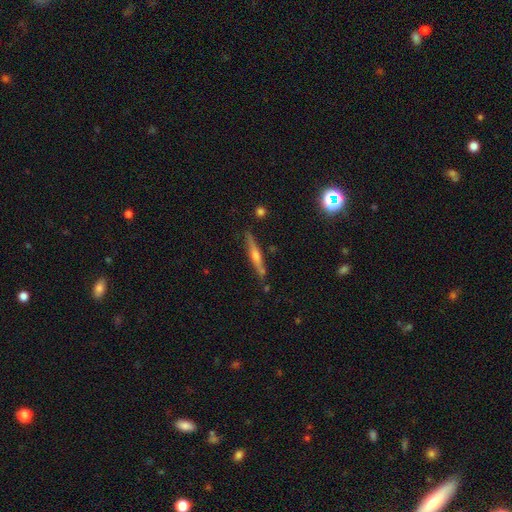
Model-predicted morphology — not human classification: type=featured or disk (70%); edge-on=yes (97%); edge-on bulge=rounded (85%); merging=none (86%).